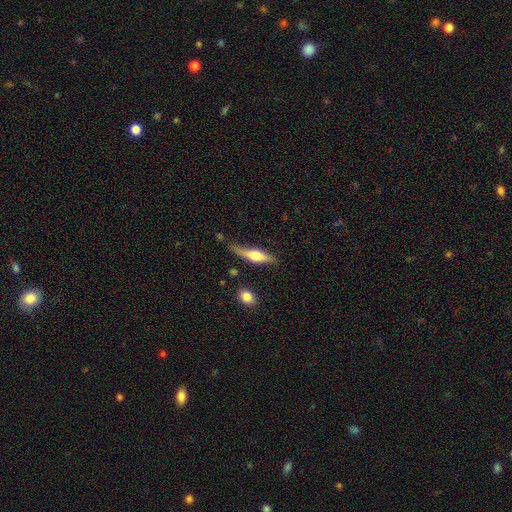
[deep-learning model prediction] Morphology: type=featured or disk (57%); edge-on=yes (92%); edge-on bulge=rounded (92%); merging=none (69%).